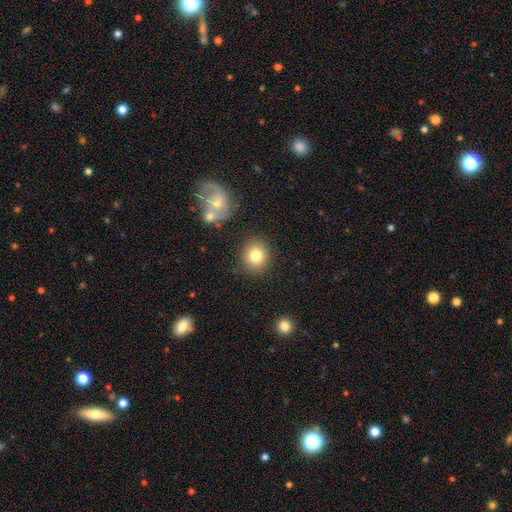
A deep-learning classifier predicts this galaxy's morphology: smooth-or-featured: smooth: 80% | star or artifact: 10% | featured or disk: 10%
  how-rounded: round: 83% | in between: 16% | cigar-shaped: 1%
  merging: none: 85% | minor disturbance: 8% | merger: 3% | major disturbance: 3%